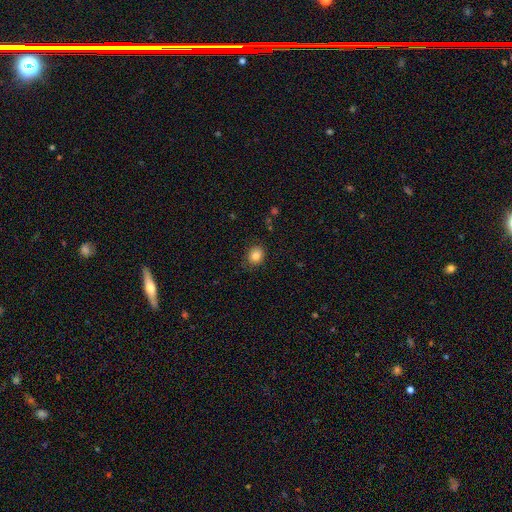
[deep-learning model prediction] Smooth or featured: smooth — 83% (star or artifact — 10%)
How rounded: round — 62% (in between — 37%)
Merging: none — 83% (minor disturbance — 13%)